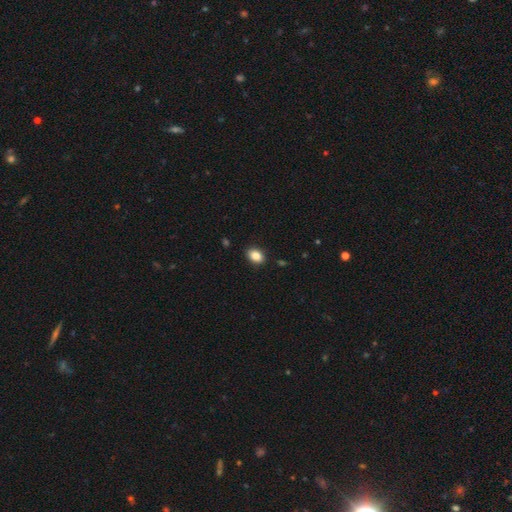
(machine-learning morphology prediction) The model was most divided on "how rounded": in between: 79%, round: 20%, cigar-shaped: 1%. More confident: merging — none (89%); smooth or featured — smooth (87%).